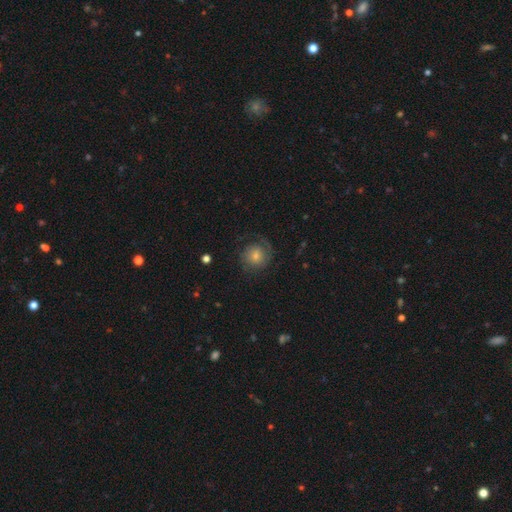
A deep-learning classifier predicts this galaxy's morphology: The model was most divided on "smooth or featured": featured or disk: 48%, smooth: 44%, star or artifact: 8%. More confident: merging — none (64%).